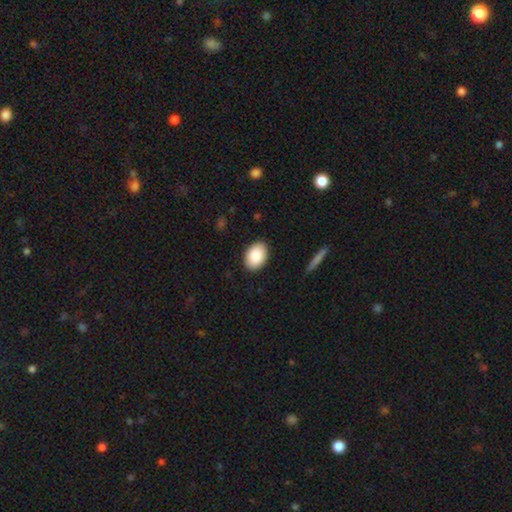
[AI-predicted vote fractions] This is clearly a smooth galaxy (88%). How rounded: clearly in between (85%). Merging: clearly none (89%).